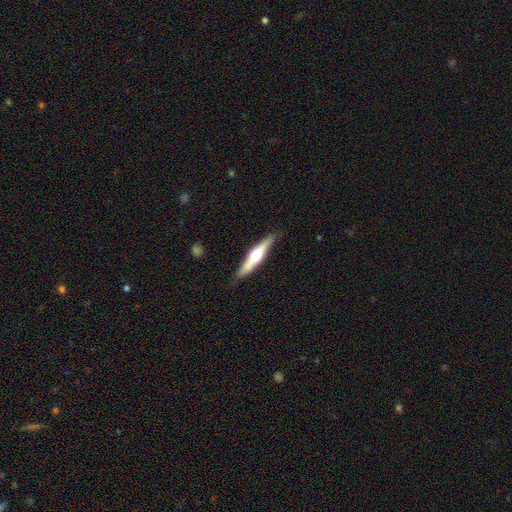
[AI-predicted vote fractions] Morphology: type=featured or disk (61%); edge-on=yes (95%); edge-on bulge=rounded (90%); merging=none (85%).